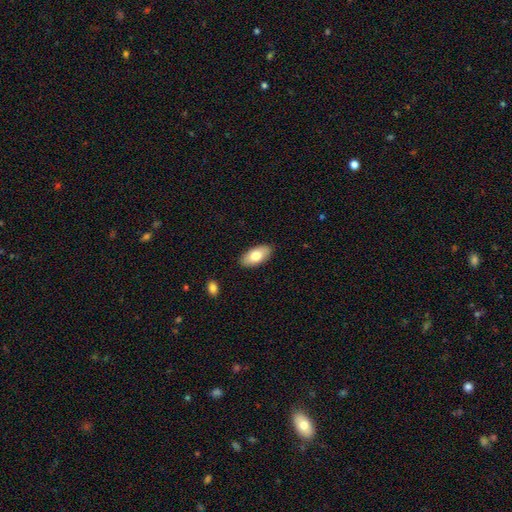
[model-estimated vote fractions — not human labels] This appears to be a smooth galaxy with no disk features (76%) that is in between round and cigar-shaped (93%). Merging: none (89%).